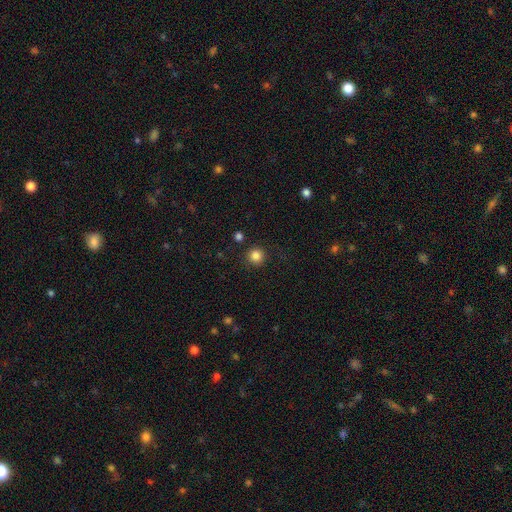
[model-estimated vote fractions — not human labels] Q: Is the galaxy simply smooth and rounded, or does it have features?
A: smooth — 84%.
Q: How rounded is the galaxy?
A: round — 95%.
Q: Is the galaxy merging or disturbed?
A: none — 88%.